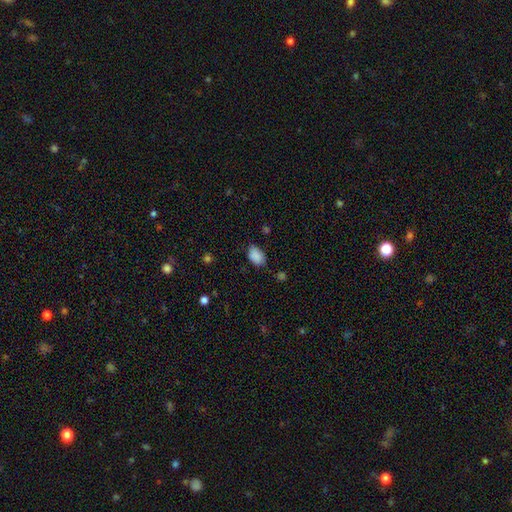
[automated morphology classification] Smooth or featured? smooth (88%)
How rounded? in between (84%)
Merging? none (71%)